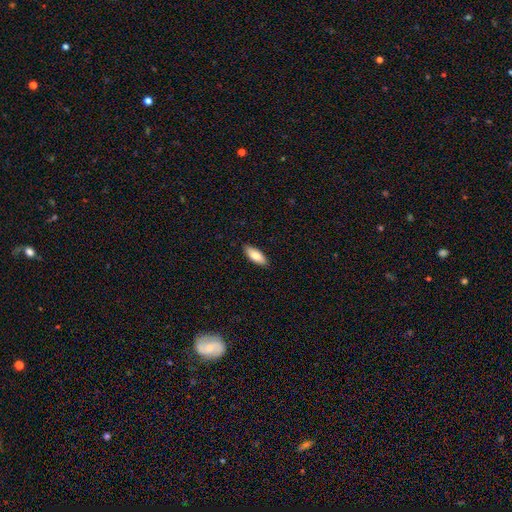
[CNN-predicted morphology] smooth_or_featured: smooth (p=0.81) [alt: featured or disk p=0.13]
how_rounded: in between (p=0.75) [alt: cigar-shaped p=0.23]
merging: none (p=0.89) [alt: minor disturbance p=0.08]